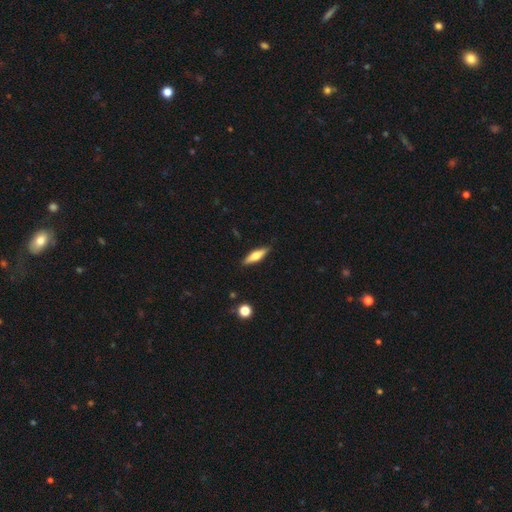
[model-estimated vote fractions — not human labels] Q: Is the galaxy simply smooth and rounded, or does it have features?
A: smooth — 49%.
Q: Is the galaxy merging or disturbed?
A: none — 88%.